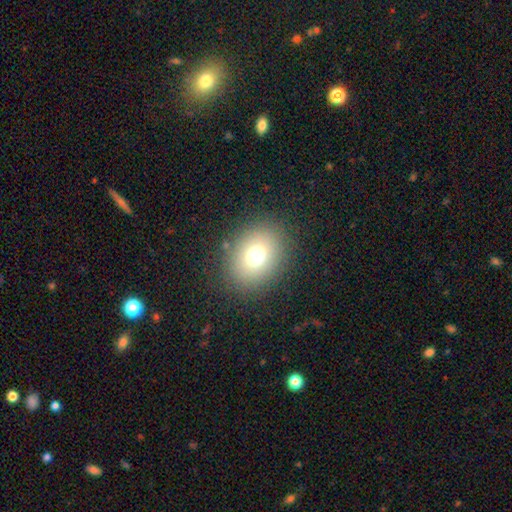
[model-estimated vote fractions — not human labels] Overall: smooth (71%). How rounded: round (55%; in between 44%). Merging: none (85%).